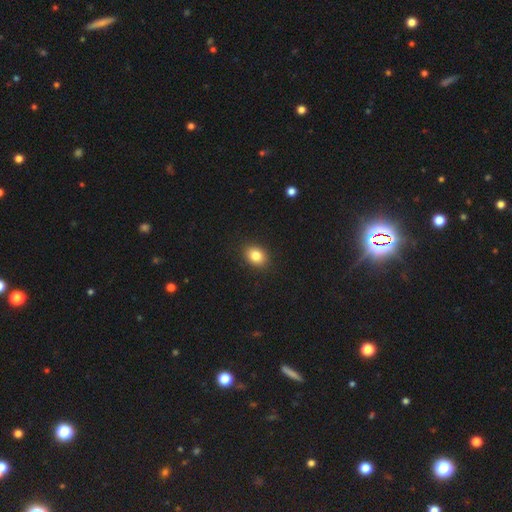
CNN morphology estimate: This is clearly a smooth galaxy (83%). How rounded: likely in between (64%). Merging: clearly none (89%).